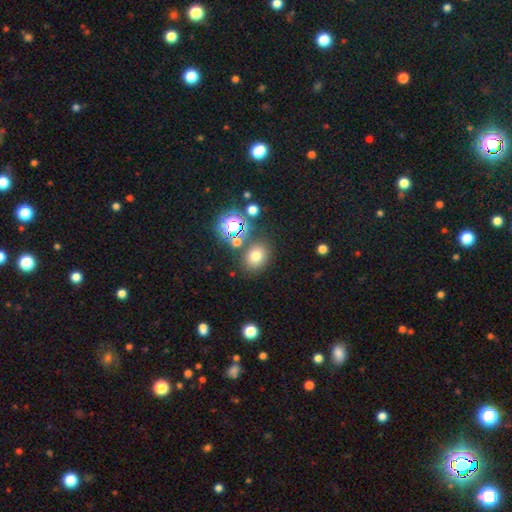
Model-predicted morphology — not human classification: This is likely a smooth galaxy (69%). How rounded: possibly round (54%). Merging: likely none (76%).